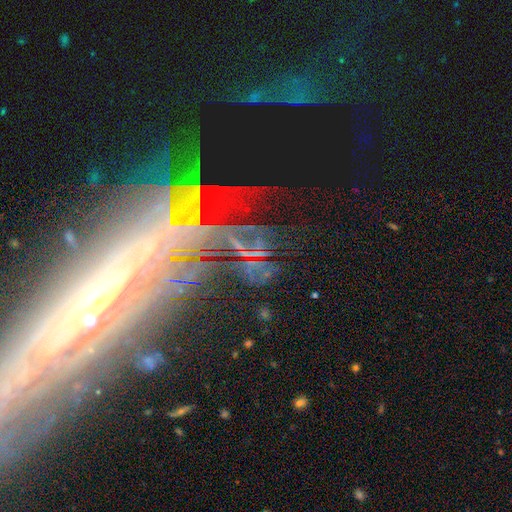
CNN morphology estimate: smooth-or-featured: star or artifact: 69% | featured or disk: 19% | smooth: 12%